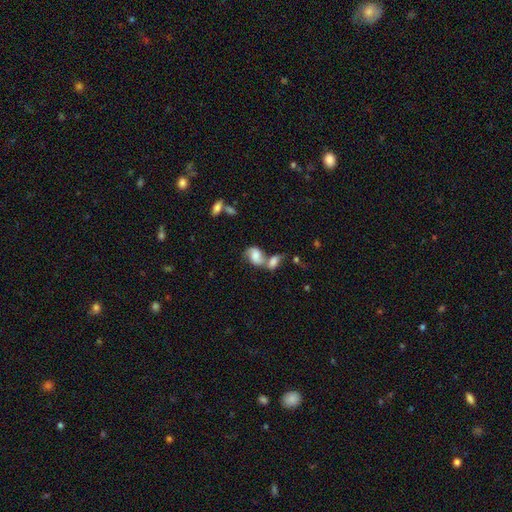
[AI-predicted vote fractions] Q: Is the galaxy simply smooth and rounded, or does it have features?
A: smooth — 51%.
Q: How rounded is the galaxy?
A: in between — 81%.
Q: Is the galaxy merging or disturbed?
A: merger — 58%.